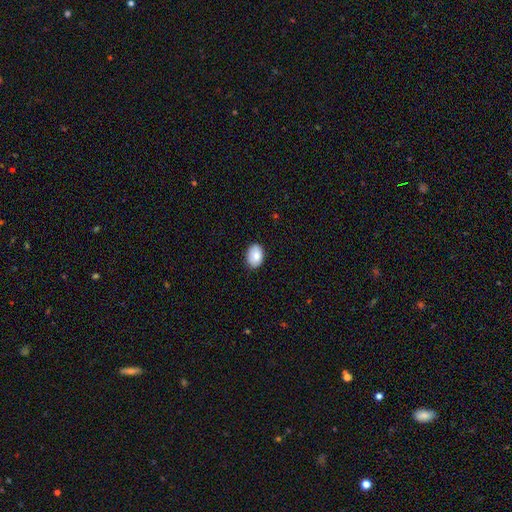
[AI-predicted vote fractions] This is clearly a smooth galaxy (84%). How rounded: clearly in between (81%). Merging: clearly none (85%).